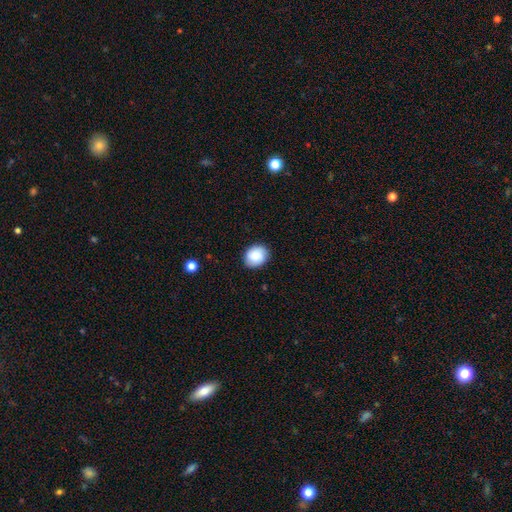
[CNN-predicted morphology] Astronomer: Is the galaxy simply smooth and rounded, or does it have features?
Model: smooth — 87%.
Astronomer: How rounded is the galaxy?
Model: round — 58% (runner-up: in between, 41%).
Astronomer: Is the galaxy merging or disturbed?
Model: none — 88%.